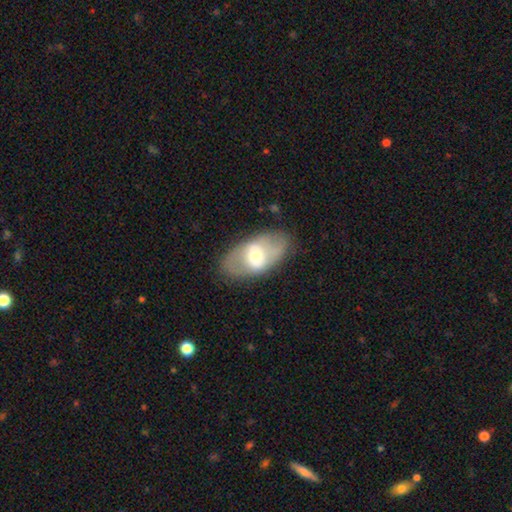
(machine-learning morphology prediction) Overall: featured or disk (52%; smooth 41%). Edge-on disk: no (88%). Merging: none (78%).